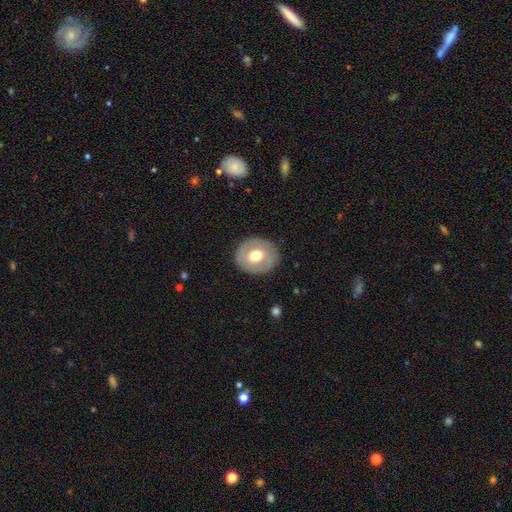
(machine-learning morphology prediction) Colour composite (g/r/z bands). It shows a featured or disk galaxy (47%, tied with smooth). Merging: none (85%).